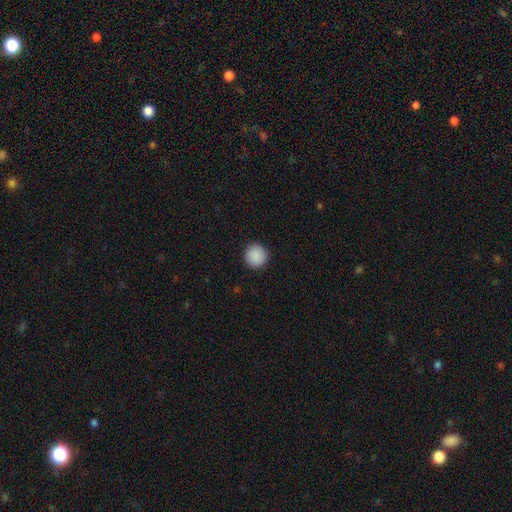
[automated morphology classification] smooth 90%, star or artifact 8%, featured or disk 2%. Down the decision tree: how rounded — round (96%); merging — none (93%).